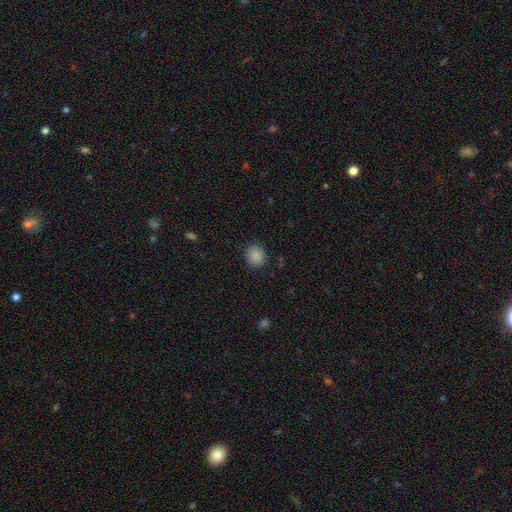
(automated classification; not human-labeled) Smooth or featured: smooth — 87% (star or artifact — 9%)
How rounded: round — 76% (in between — 23%)
Merging: none — 87% (minor disturbance — 9%)